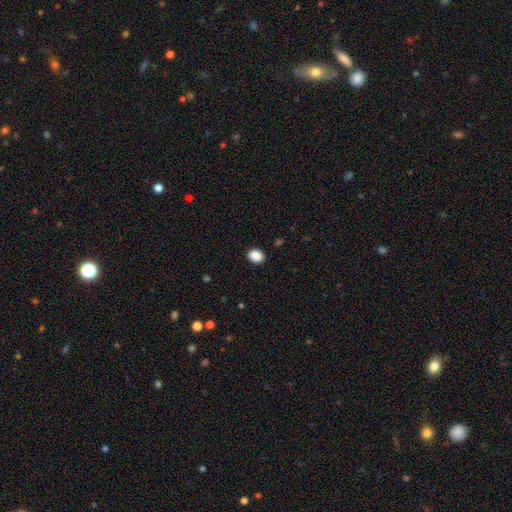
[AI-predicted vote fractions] smooth-or-featured: smooth: 89% | star or artifact: 8% | featured or disk: 3%
  how-rounded: in between: 57% | round: 42% | cigar-shaped: 1%
  merging: none: 91% | minor disturbance: 7% | major disturbance: 2% | merger: 1%